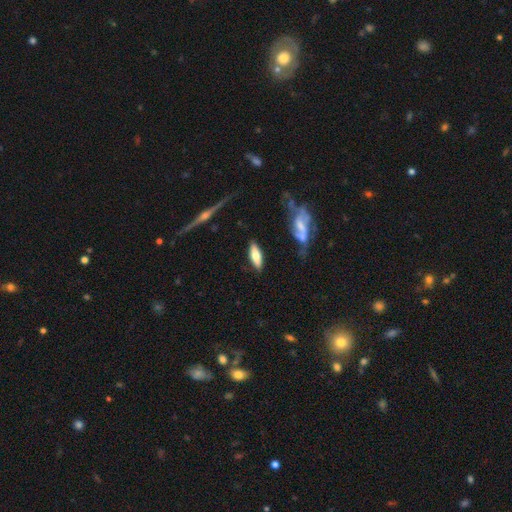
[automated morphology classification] smooth 64%, featured or disk 29%, star or artifact 6%. Down the decision tree: how rounded — in between (60%); merging — none (78%).